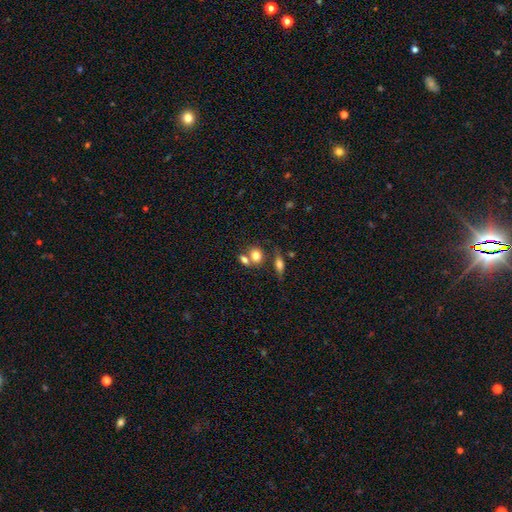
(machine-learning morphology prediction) smooth 76%, featured or disk 13%, star or artifact 11%. Down the decision tree: how rounded — round (57%); merging — none (44%).